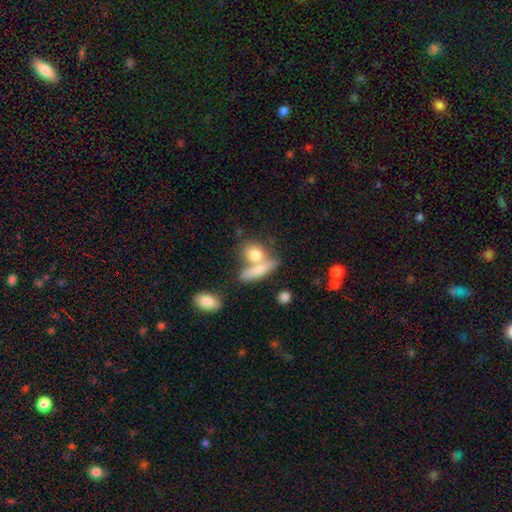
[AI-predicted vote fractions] A smooth galaxy with no disk features (78%) that is in between round and cigar-shaped (51%).

Vote fractions:
- Smooth or featured? smooth: 78% / featured or disk: 14% / star or artifact: 7%
- How rounded? in between: 51% / round: 32% / cigar-shaped: 17%
- Merging? merger: 43% / none: 42% / minor disturbance: 10% / major disturbance: 5%